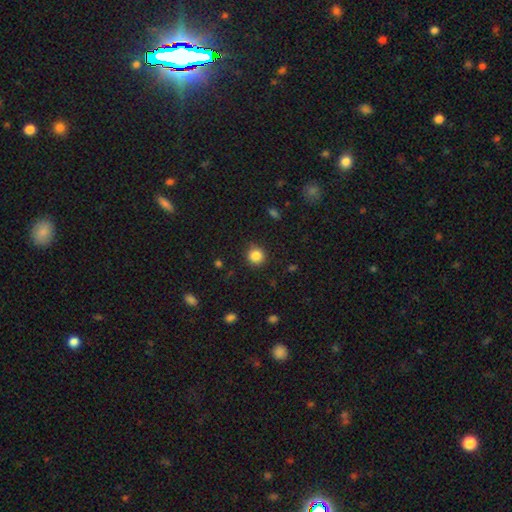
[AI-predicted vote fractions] This appears to be a smooth galaxy with no disk features (85%) that is round (94%). Merging: none (89%).